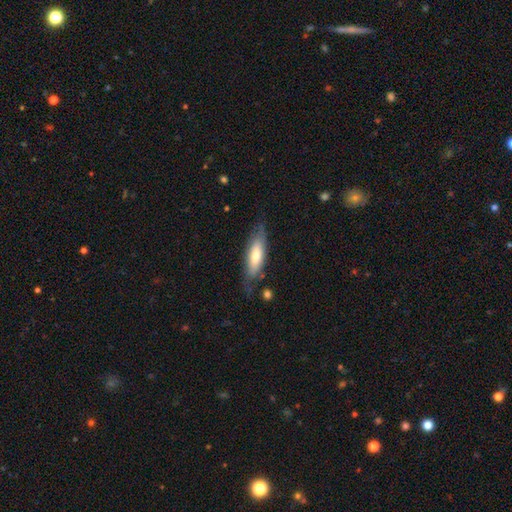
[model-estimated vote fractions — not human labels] Smooth or featured: smooth — 62% (featured or disk — 32%)
How rounded: cigar-shaped — 49% (tied with in between — 49%)
Merging: none — 70% (minor disturbance — 21%)